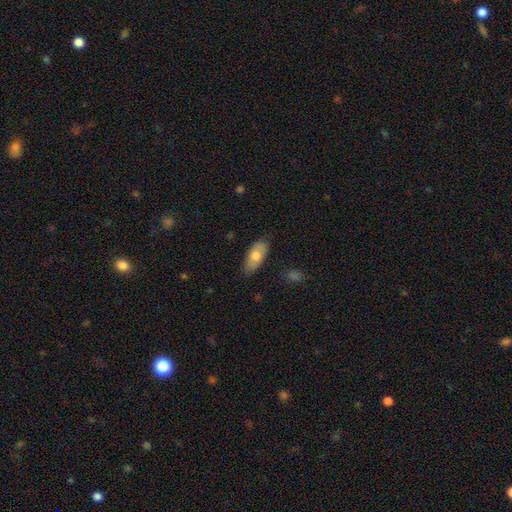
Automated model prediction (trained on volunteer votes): Smooth or featured? smooth (71%)
How rounded? in between (89%)
Merging? none (79%)